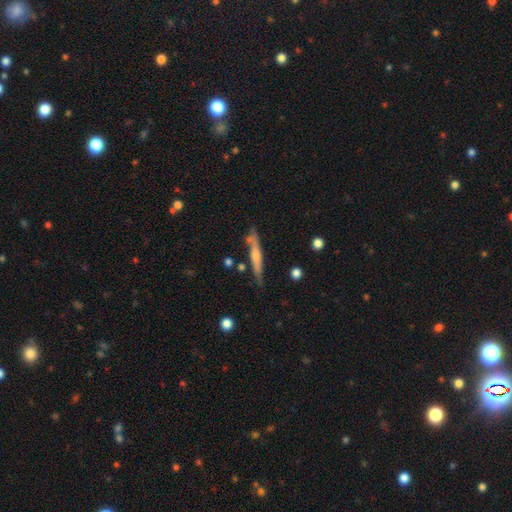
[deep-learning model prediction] A featured or disk galaxy (50%) viewed edge-on (93%).

Vote fractions:
- Smooth or featured? featured or disk: 50% / smooth: 44% / star or artifact: 6%
- Edge-on disk? yes: 93% / no: 7%
- Merging? none: 76% / minor disturbance: 16% / merger: 5% / major disturbance: 3%